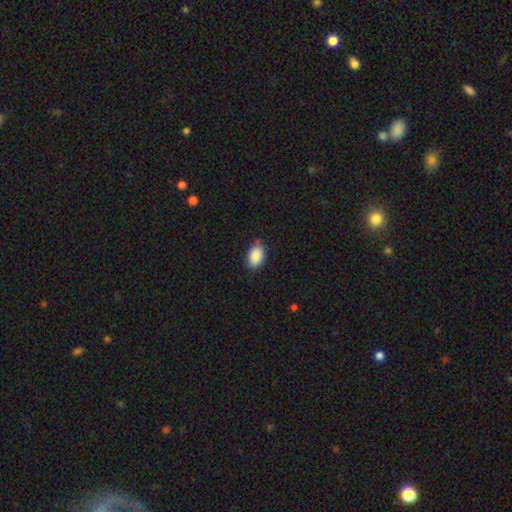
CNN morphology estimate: Overall: smooth (90%). How rounded: in between (91%). Merging: none (79%).